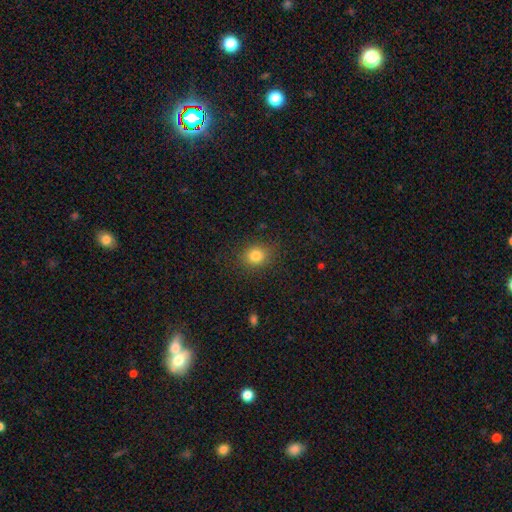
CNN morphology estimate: smooth_or_featured: smooth (p=0.82) [alt: star or artifact p=0.12]
how_rounded: round (p=0.74) [alt: in between p=0.25]
merging: none (p=0.86) [alt: minor disturbance p=0.10]